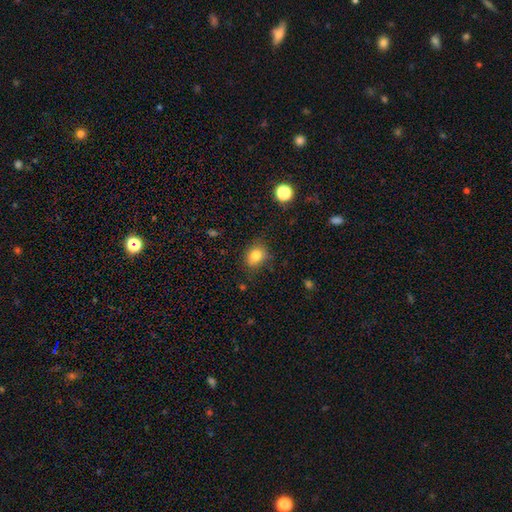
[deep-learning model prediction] Morphology: type=smooth (81%); roundness=round (52%); merging=none (78%).